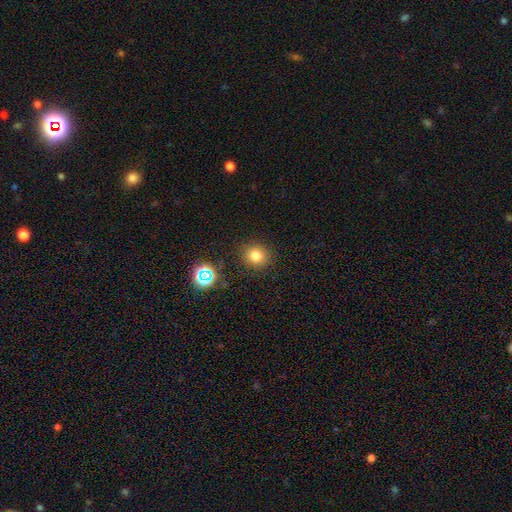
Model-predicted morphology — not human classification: Smooth or featured: smooth — 77% (star or artifact — 16%)
How rounded: round — 87% (in between — 12%)
Merging: none — 89% (minor disturbance — 7%)